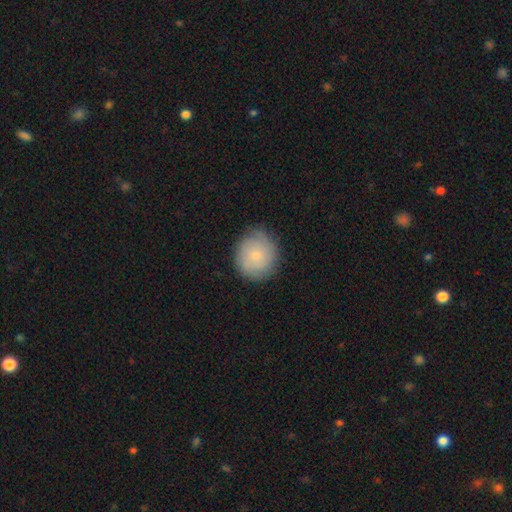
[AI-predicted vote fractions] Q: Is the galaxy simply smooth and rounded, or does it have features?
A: smooth — 68%.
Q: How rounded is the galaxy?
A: round — 87%.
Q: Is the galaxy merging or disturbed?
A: none — 80%.